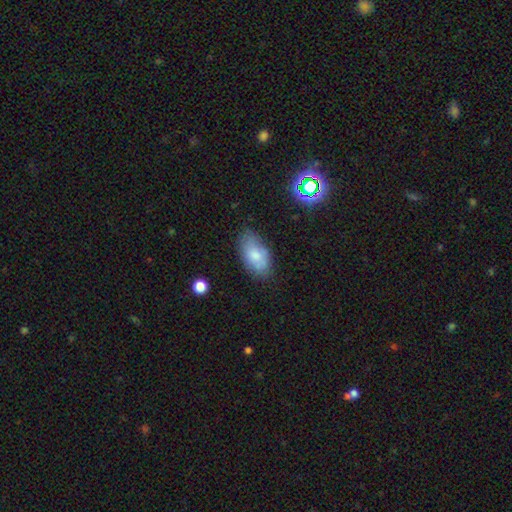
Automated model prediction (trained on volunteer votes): A smooth galaxy with no disk features (73%) that is in between round and cigar-shaped (93%). Merging: none (68%).